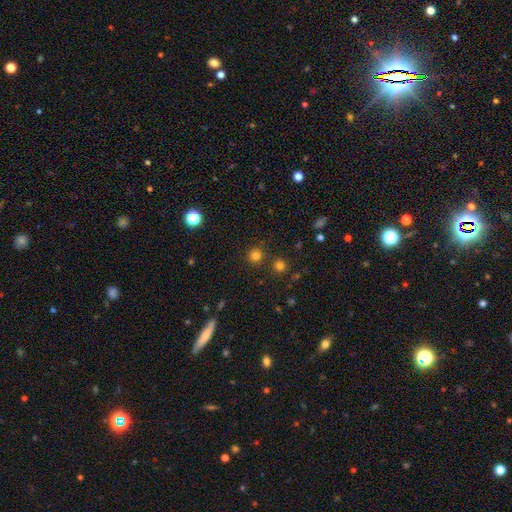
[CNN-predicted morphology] smooth_or_featured: smooth (p=0.77) [alt: star or artifact p=0.18]
how_rounded: round (p=0.94) [alt: in between p=0.05]
merging: none (p=0.85) [alt: merger p=0.07]